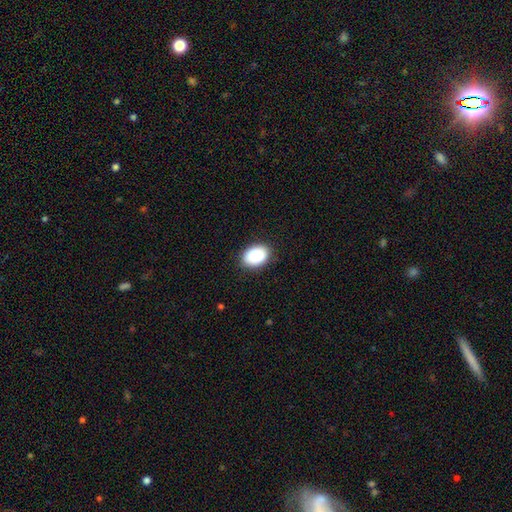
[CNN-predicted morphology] Overall: smooth (90%). How rounded: in between (84%). Merging: none (87%).